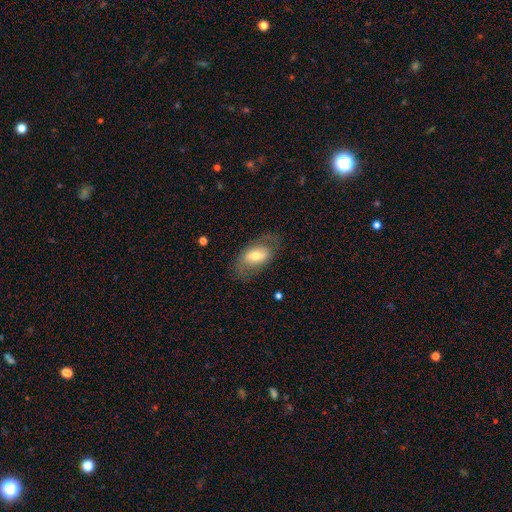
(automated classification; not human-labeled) Smooth or featured? smooth (51%)
How rounded? in between (88%)
Merging? none (69%)